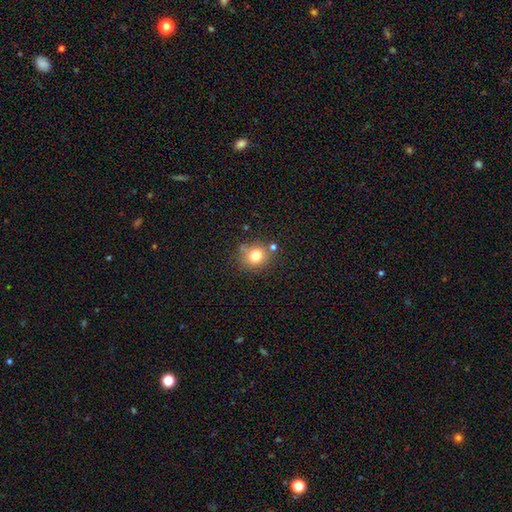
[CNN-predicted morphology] A smooth galaxy with no disk features (77%) that is round (79%). Merging: none (70%).